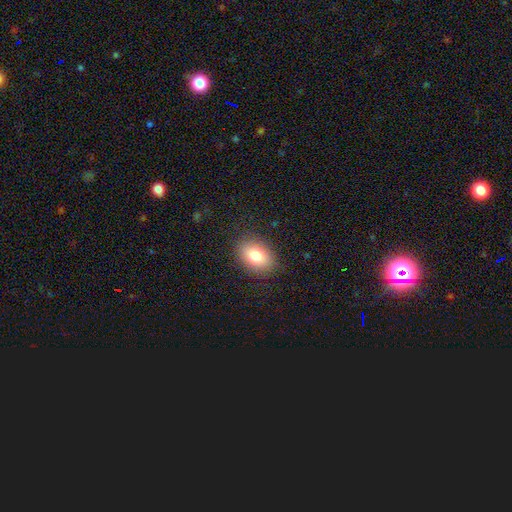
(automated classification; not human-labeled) This appears to be a smooth galaxy with no disk features (81%) that is in between round and cigar-shaped (78%). Merging: none (87%).